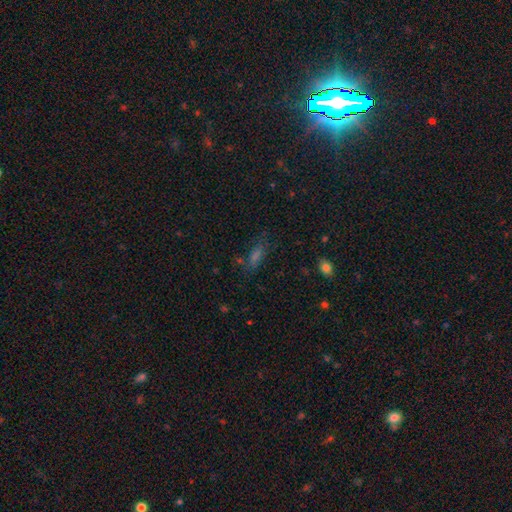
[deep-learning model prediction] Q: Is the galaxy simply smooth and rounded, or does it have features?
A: smooth — 50%.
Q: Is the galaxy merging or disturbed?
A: none — 68%.